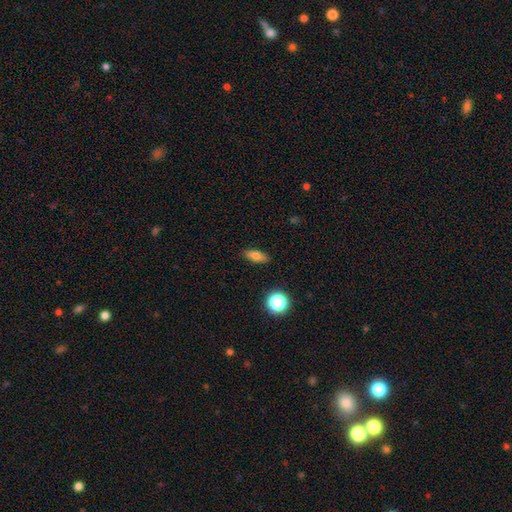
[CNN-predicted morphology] Overall: smooth (74%). How rounded: in between (70%). Merging: none (88%).